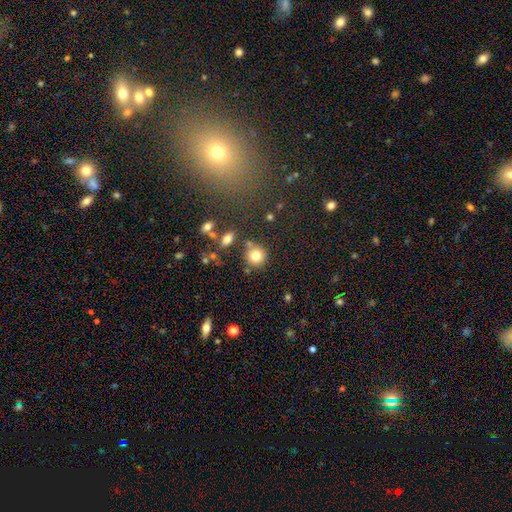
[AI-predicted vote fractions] Overall: smooth (80%). How rounded: round (89%). Merging: none (71%).